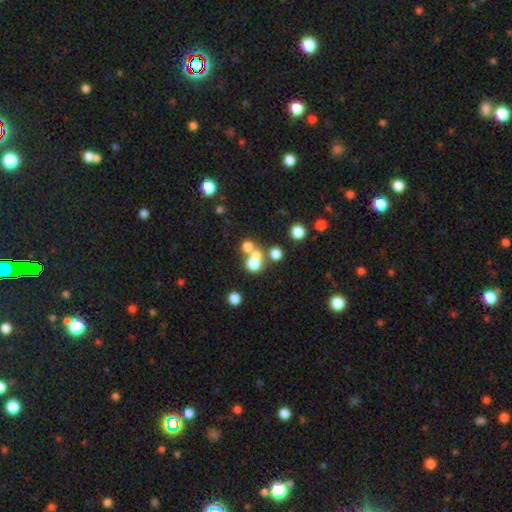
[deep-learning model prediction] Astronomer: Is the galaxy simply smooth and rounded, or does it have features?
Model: smooth — 65%.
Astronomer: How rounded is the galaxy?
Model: round — 84%.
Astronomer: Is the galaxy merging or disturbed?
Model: merger — 45% (runner-up: none, 43%).